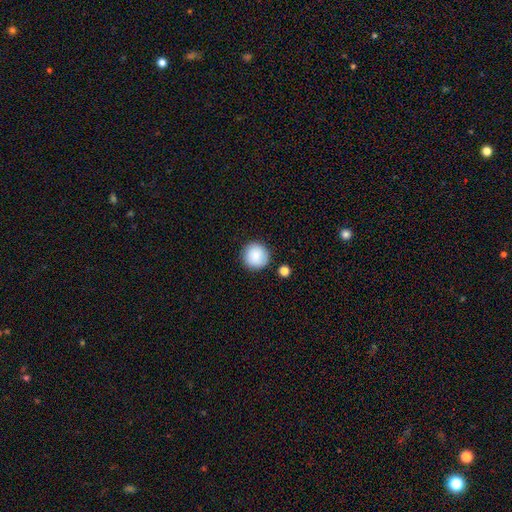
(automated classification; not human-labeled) Smooth or featured? Predicted: smooth (p=0.86). How rounded? Predicted: round (p=0.95). Merging? Predicted: none (p=0.88).